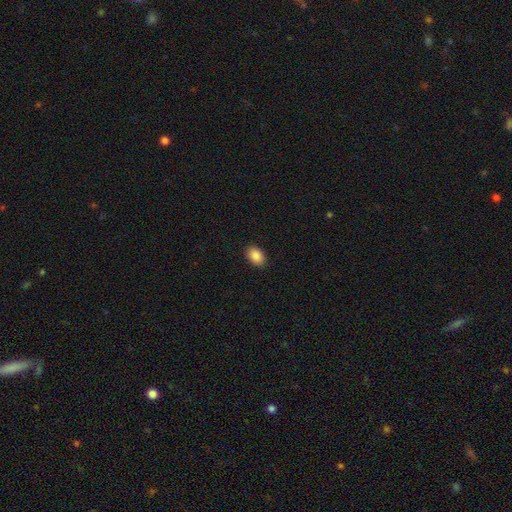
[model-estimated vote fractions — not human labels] Smooth or featured? smooth (88%)
How rounded? in between (86%)
Merging? none (90%)